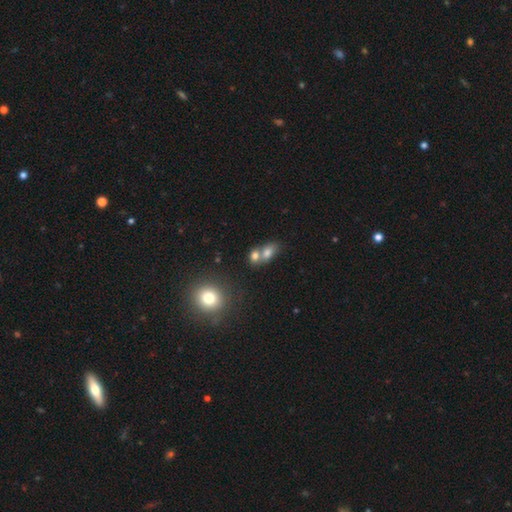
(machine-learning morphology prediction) This appears to be a smooth galaxy with no disk features (75%) that is in between round and cigar-shaped (63%). Merging: merger (60%).